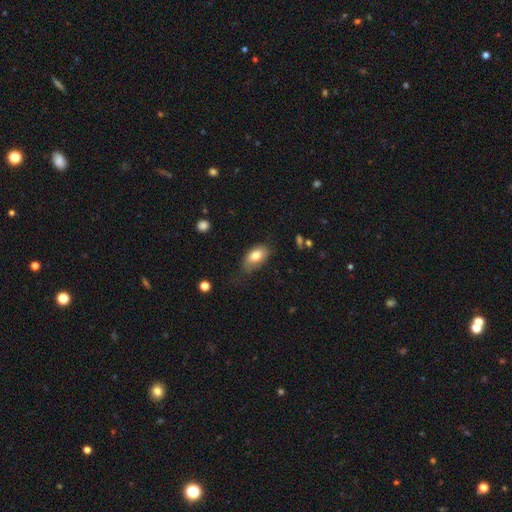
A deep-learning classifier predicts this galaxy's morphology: smooth 80%, featured or disk 13%, star or artifact 7%. Down the decision tree: how rounded — in between (91%); merging — none (59%).